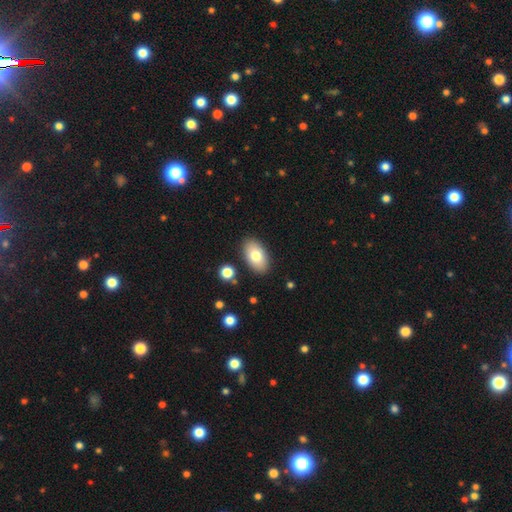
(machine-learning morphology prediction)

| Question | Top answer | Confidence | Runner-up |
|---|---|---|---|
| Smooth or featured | smooth | 76% | featured or disk (17%) |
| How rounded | in between | 93% | round (5%) |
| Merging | none | 87% | minor disturbance (9%) |